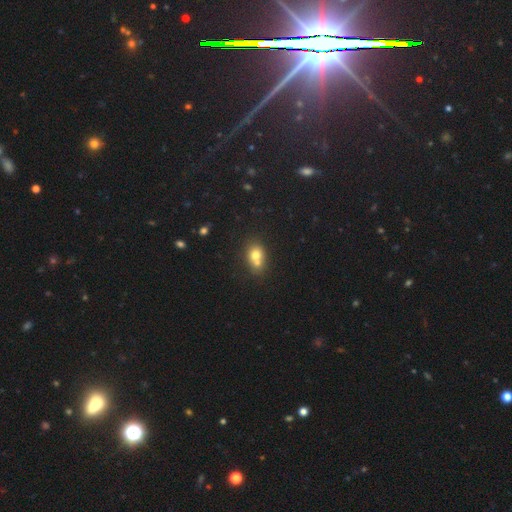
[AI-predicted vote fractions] Smooth or featured: smooth — 71% (featured or disk — 17%)
How rounded: round — 53% (in between — 46%)
Merging: merger — 54% (none — 33%)